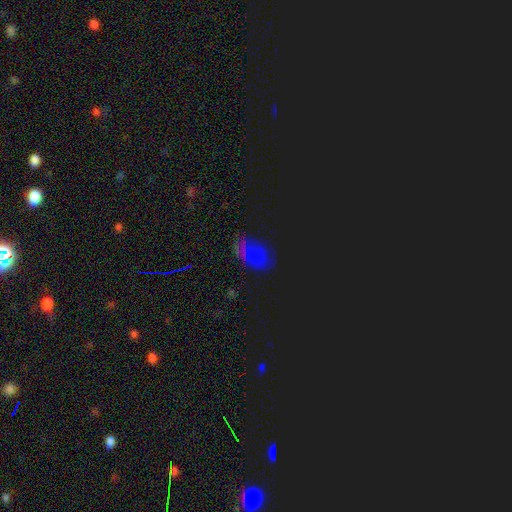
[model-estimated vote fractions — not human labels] smooth_or_featured: star or artifact (p=0.48) [alt: smooth p=0.41]